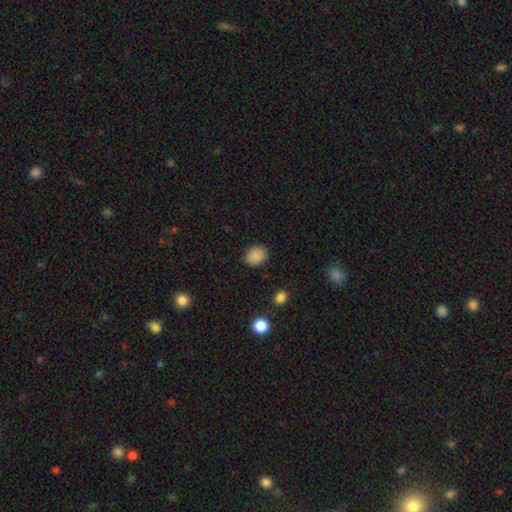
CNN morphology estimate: Overall: smooth (88%). How rounded: round (53%; in between 46%). Merging: none (88%).